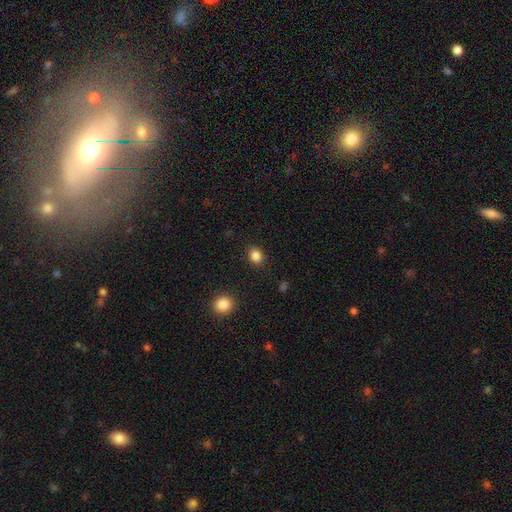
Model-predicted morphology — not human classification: A smooth galaxy with no disk features (85%) that is round (67%).

Vote fractions:
- Smooth or featured? smooth: 85% / star or artifact: 11% / featured or disk: 4%
- How rounded? round: 67% / in between: 32% / cigar-shaped: 1%
- Merging? none: 88% / minor disturbance: 8% / major disturbance: 3% / merger: 1%